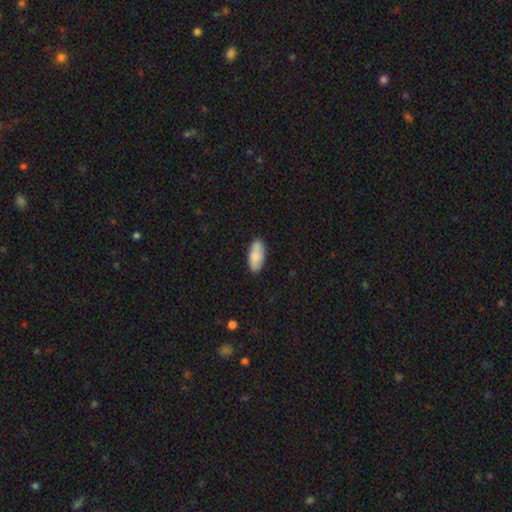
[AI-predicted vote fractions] This is clearly a smooth galaxy (83%). How rounded: clearly in between (88%). Merging: clearly none (83%).